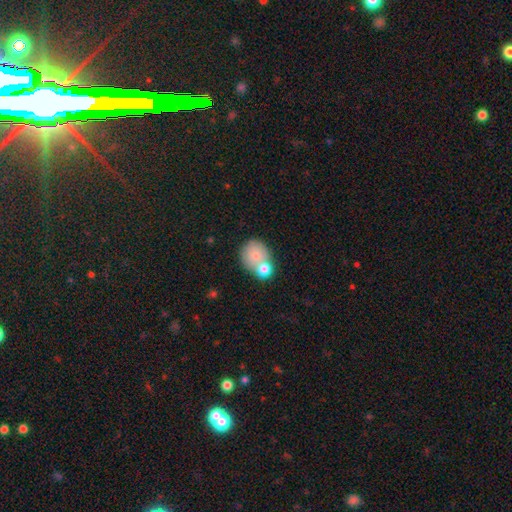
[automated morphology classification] Smooth or featured? smooth (76%)
How rounded? round (73%)
Merging? merger (44%)